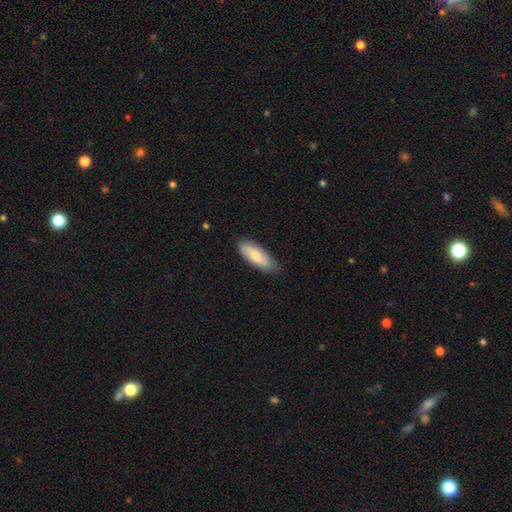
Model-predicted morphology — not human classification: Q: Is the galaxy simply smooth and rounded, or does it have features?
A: smooth — 75%.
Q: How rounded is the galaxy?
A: in between — 73%.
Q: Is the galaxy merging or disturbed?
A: none — 77%.